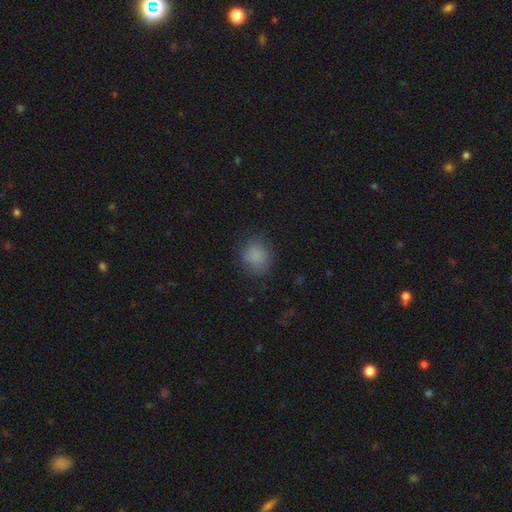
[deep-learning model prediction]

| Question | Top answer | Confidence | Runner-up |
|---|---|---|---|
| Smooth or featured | smooth | 85% | star or artifact (10%) |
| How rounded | round | 73% | in between (26%) |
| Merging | none | 81% | minor disturbance (13%) |